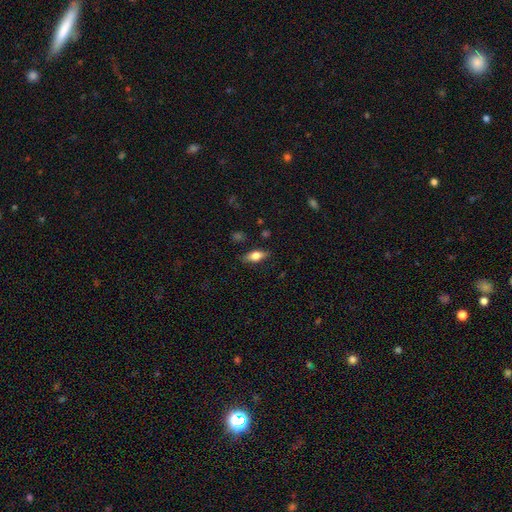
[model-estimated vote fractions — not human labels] A smooth galaxy with no disk features (63%) that is in between round and cigar-shaped (75%). Merging: none (83%).